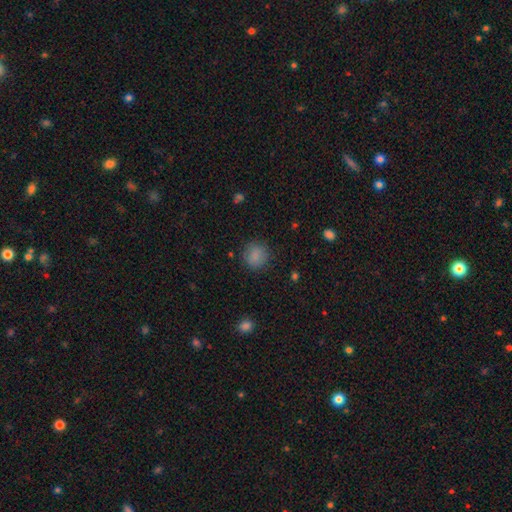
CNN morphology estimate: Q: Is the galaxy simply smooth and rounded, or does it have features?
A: smooth — 85%.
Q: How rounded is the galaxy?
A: round — 85%.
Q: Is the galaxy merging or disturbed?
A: none — 85%.